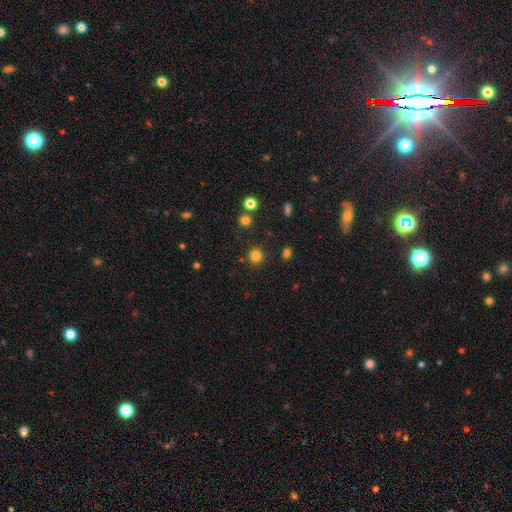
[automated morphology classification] Smooth or featured?
  - smooth: 81% *
  - star or artifact: 14%
  - featured or disk: 5%
How rounded?
  - round: 93% *
  - in between: 6%
  - cigar-shaped: 1%
Merging?
  - none: 88% *
  - minor disturbance: 6%
  - merger: 3%
  - major disturbance: 2%